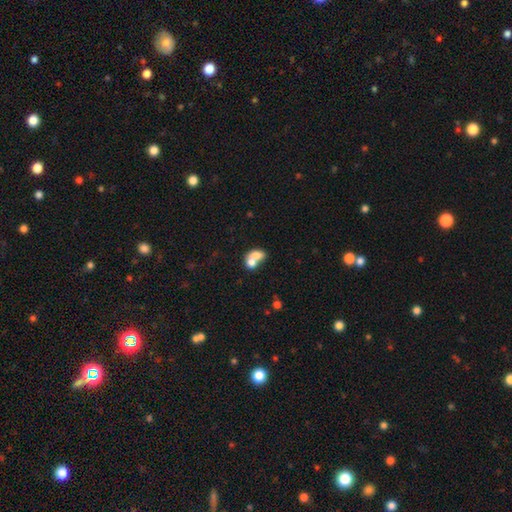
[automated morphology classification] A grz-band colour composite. It shows a smooth galaxy with no disk features (71%) that is in between round and cigar-shaped (68%). Merging: merger (70%).